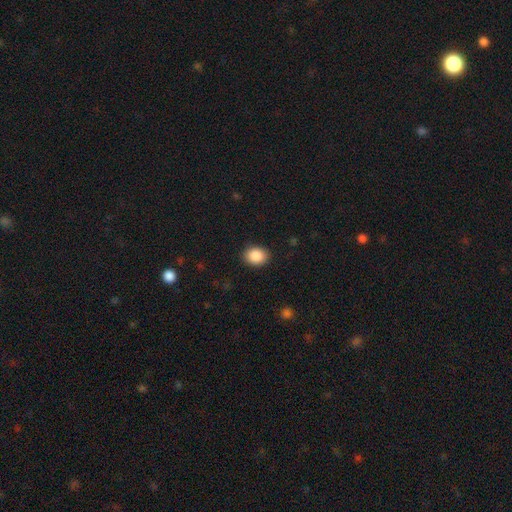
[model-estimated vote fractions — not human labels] Overall: smooth (89%). How rounded: in between (52%; round 47%). Merging: none (89%).